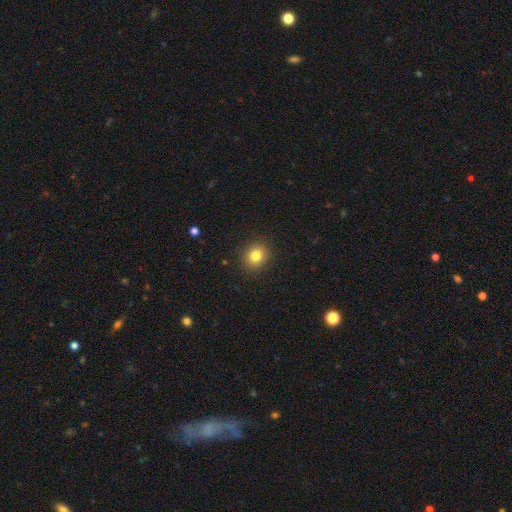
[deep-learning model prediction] This appears to be a smooth galaxy with no disk features (82%) that is round (79%). Merging: none (90%).